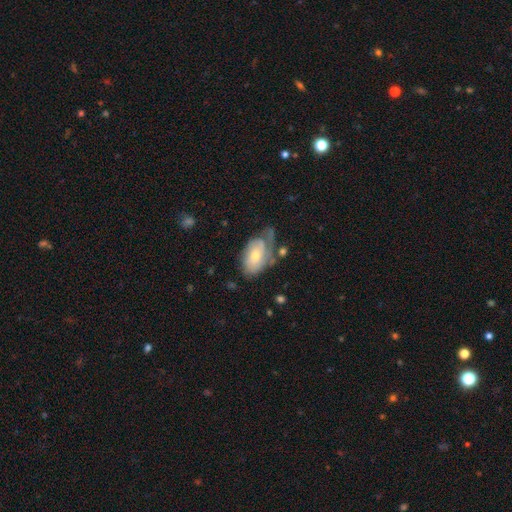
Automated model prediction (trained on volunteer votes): The model was most divided on "merging": none: 34%, minor disturbance: 32%, major disturbance: 27%, merger: 8%. Remaining: smooth or featured — smooth (50%).